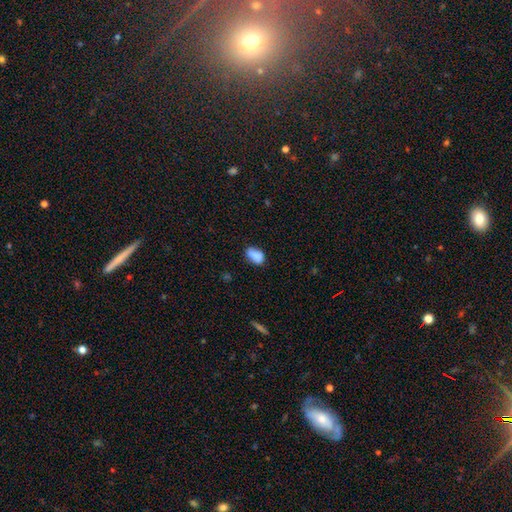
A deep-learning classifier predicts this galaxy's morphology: Q: Smooth or featured?
A: smooth (86%); runner-up: star or artifact (8%)
Q: How rounded?
A: in between (90%); runner-up: round (8%)
Q: Merging?
A: none (71%); runner-up: minor disturbance (22%)